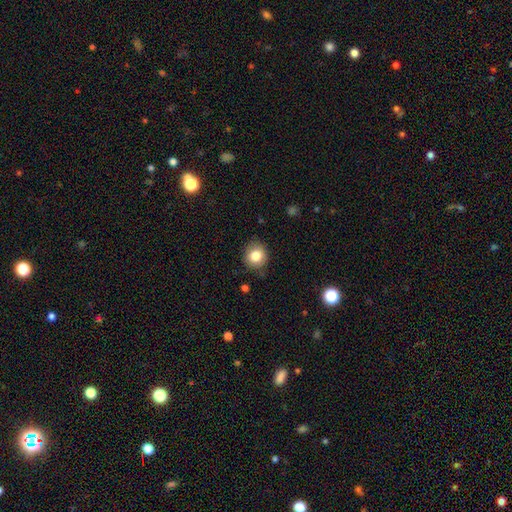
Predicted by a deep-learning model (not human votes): This appears to be a smooth galaxy with no disk features (83%) that is round (83%). Merging: none (84%).